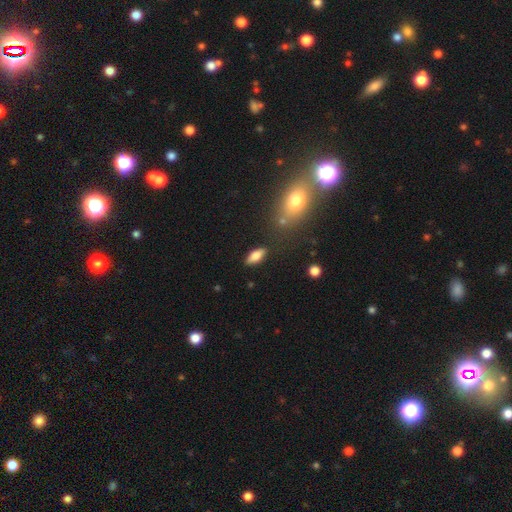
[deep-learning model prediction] Smooth or featured? Predicted: smooth (p=0.73). How rounded? Predicted: in between (p=0.79). Merging? Predicted: none (p=0.83).